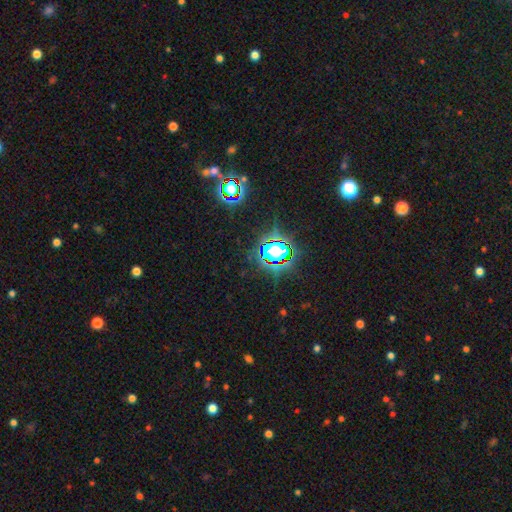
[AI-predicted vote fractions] Q: Smooth or featured?
A: star or artifact (79%); runner-up: smooth (13%)